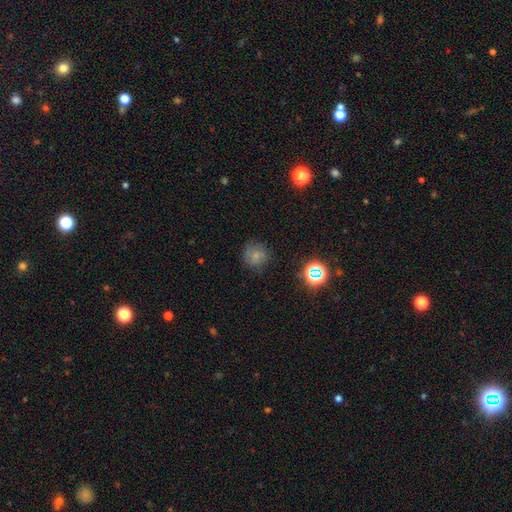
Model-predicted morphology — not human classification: smooth-or-featured: smooth: 72% | star or artifact: 17% | featured or disk: 11%
  how-rounded: round: 90% | in between: 9% | cigar-shaped: 1%
  merging: none: 76% | minor disturbance: 17% | major disturbance: 5% | merger: 2%